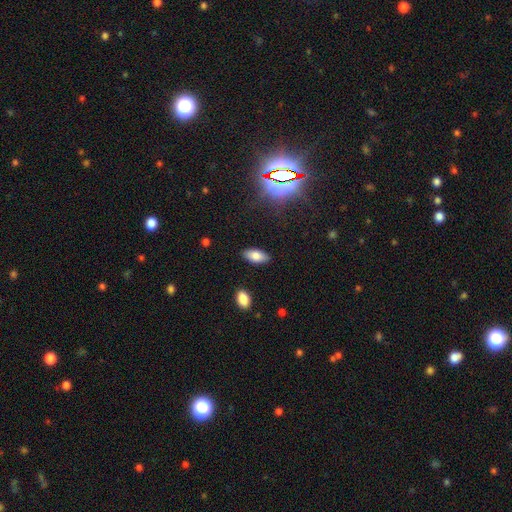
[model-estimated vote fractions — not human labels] smooth 79%, featured or disk 12%, star or artifact 10%. Down the decision tree: how rounded — in between (90%); merging — none (88%).